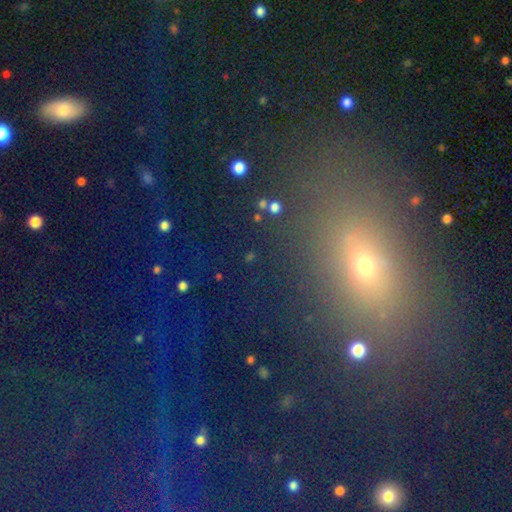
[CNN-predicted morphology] Smooth or featured? star or artifact (44%)